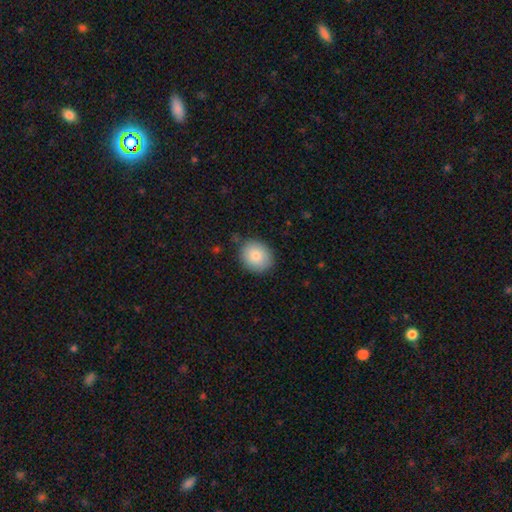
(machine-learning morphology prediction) The model was most divided on "how rounded": round: 65%, in between: 34%, cigar-shaped: 1%. More confident: smooth or featured — smooth (84%); merging — none (84%).